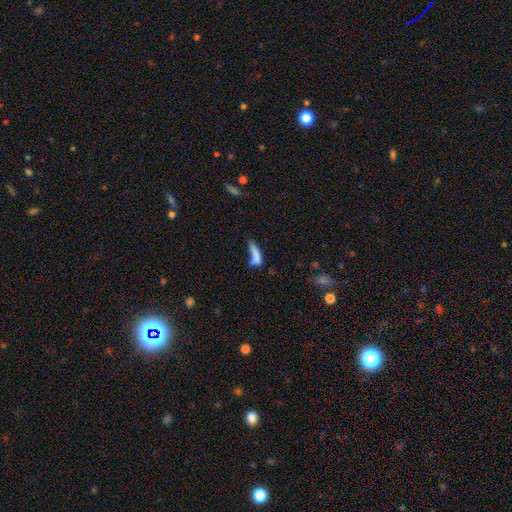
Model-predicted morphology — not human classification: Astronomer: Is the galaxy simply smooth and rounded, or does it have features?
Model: smooth — 73%.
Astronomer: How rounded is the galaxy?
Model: cigar-shaped — 55% (runner-up: in between, 41%).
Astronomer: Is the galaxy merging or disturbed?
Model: none — 32% (runner-up: major disturbance, 25%).